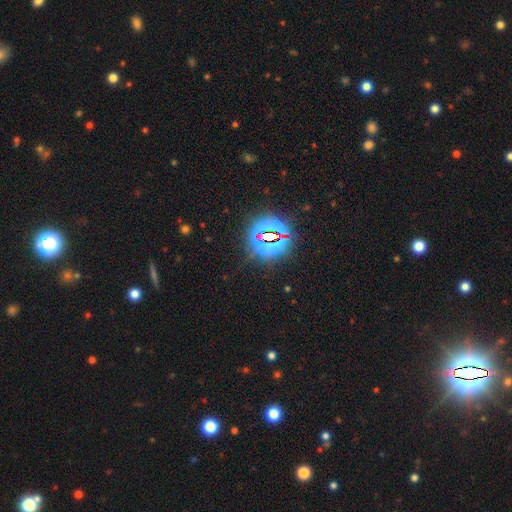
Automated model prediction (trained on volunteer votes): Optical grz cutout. It shows a star or artifact, not a galaxy (85%).